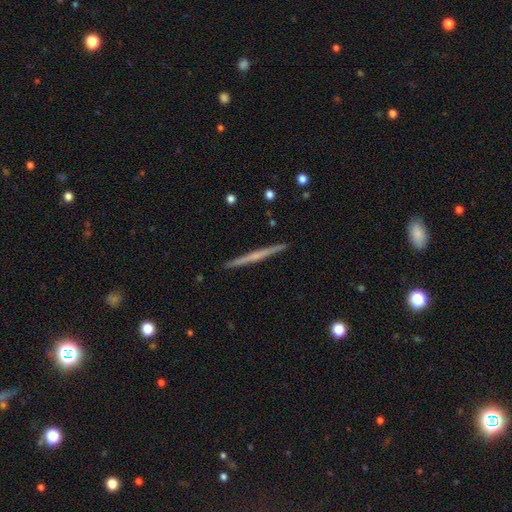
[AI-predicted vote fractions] This is likely a featured or disk galaxy (61%). It is clearly viewed edge-on (98%). Edge-on bulge: likely none (70%). Merging: clearly none (92%).